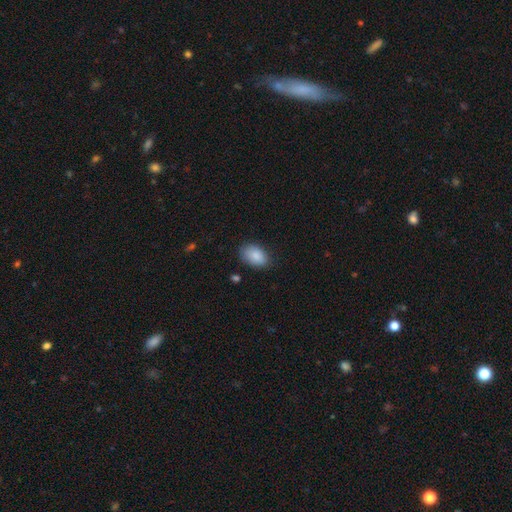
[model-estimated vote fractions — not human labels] Smooth or featured? Predicted: smooth (p=0.88). How rounded? Predicted: in between (p=0.89). Merging? Predicted: none (p=0.78).